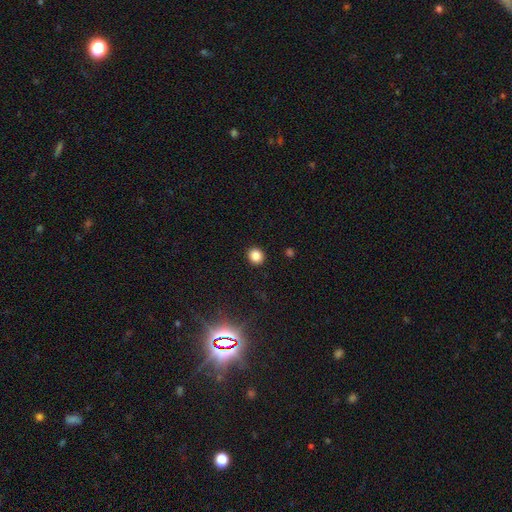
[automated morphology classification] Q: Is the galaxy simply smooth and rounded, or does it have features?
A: smooth — 85%.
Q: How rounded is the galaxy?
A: round — 79%.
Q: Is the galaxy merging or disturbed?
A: none — 92%.